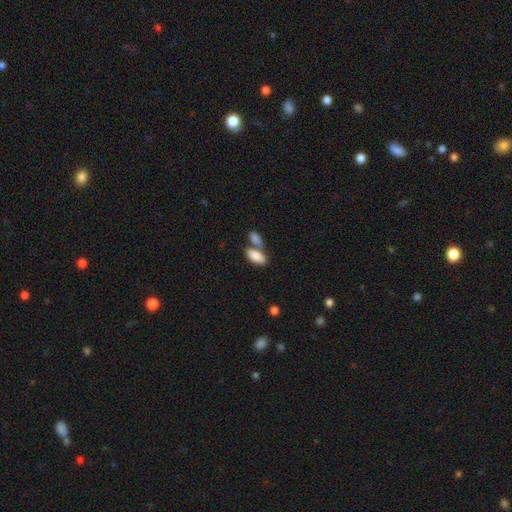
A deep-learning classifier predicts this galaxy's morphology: A smooth galaxy with no disk features (85%) that is in between round and cigar-shaped (91%). Merging: merger (46%).